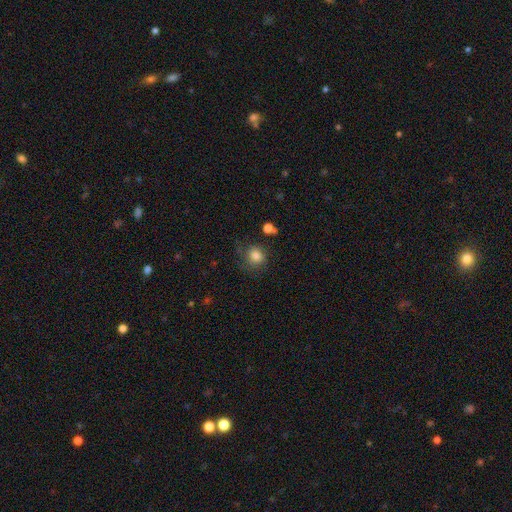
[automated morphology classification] Overall: smooth (82%). How rounded: round (83%). Merging: none (70%).